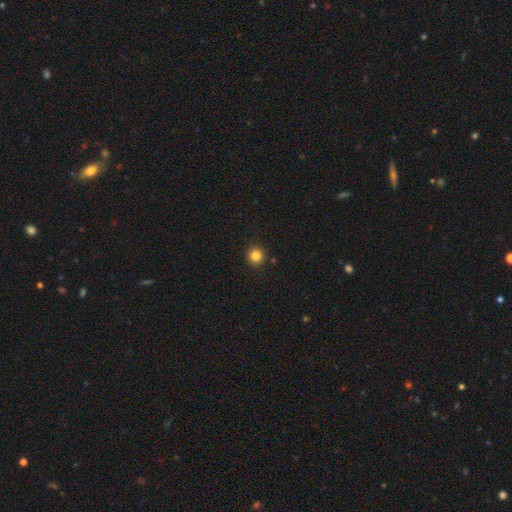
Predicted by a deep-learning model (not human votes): Morphology: type=smooth (83%); roundness=round (95%); merging=none (91%).